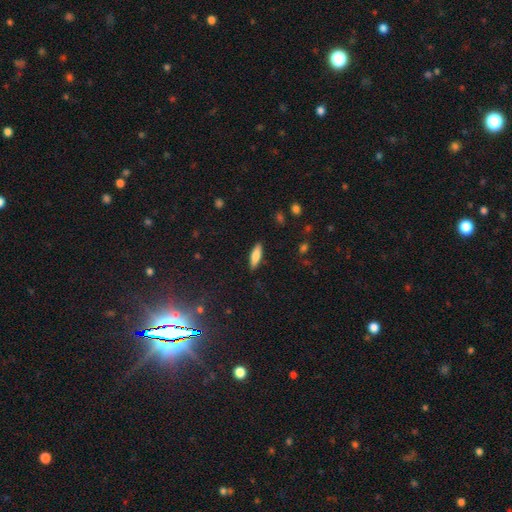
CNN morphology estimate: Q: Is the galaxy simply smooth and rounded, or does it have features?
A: smooth — 77%.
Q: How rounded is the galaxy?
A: cigar-shaped — 58%.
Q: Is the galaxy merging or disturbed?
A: none — 88%.